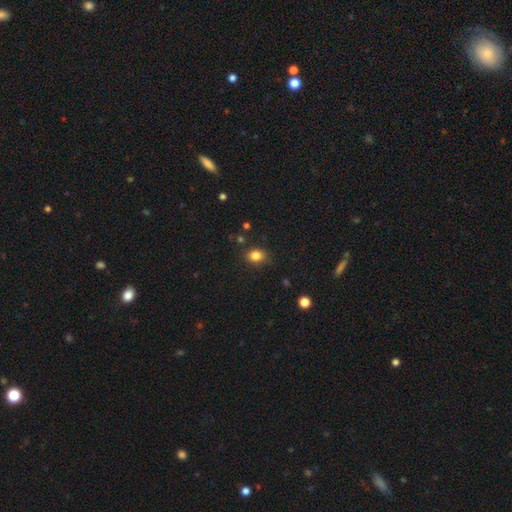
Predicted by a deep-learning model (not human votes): This is clearly a smooth galaxy (84%). How rounded: possibly in between (54%). Merging: clearly none (81%).